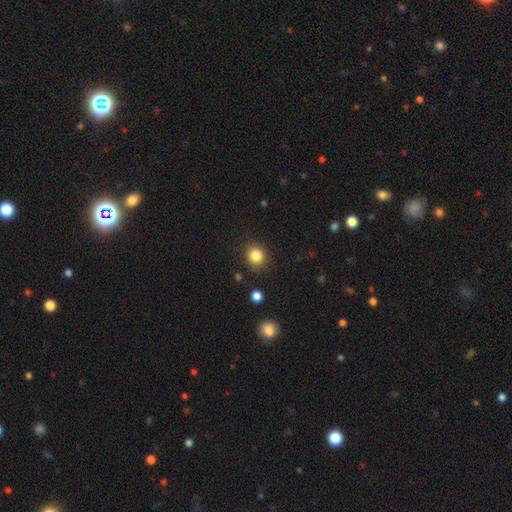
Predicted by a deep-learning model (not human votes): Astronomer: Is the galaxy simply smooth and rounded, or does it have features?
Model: smooth — 84%.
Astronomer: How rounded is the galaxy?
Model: round — 80%.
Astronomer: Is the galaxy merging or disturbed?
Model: none — 87%.